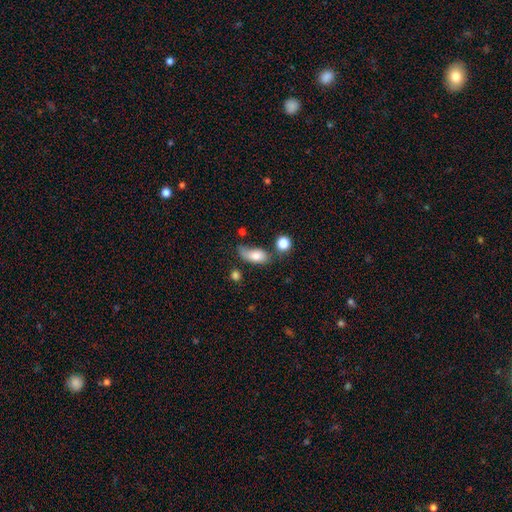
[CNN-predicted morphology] This is likely a smooth galaxy (77%). How rounded: clearly in between (85%). Merging: marginally none (34%).